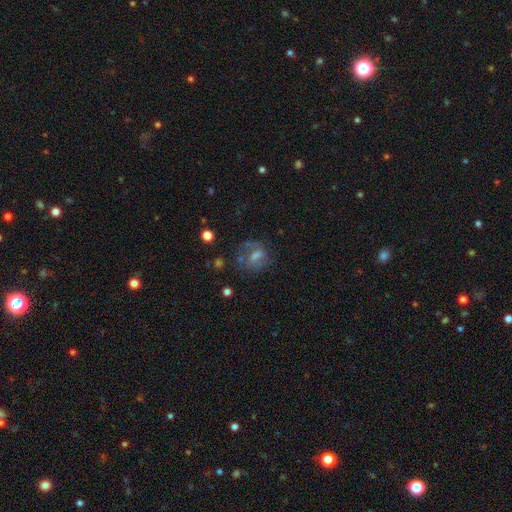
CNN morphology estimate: smooth_or_featured: smooth (p=0.44) [alt: featured or disk p=0.40]
merging: none (p=0.50) [alt: major disturbance p=0.23]